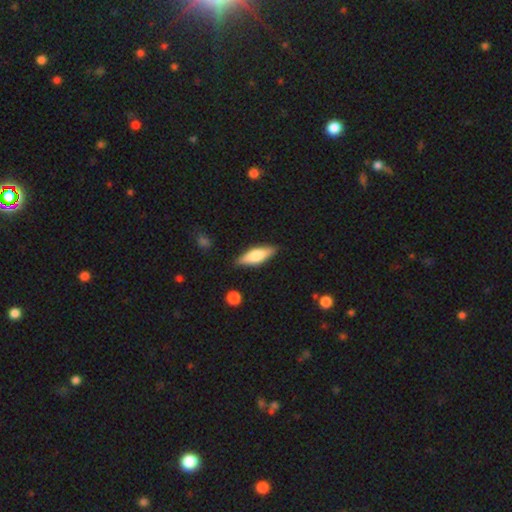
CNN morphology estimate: smooth_or_featured: smooth (p=0.59) [alt: featured or disk p=0.35]
how_rounded: in between (p=0.56) [alt: cigar-shaped p=0.42]
merging: none (p=0.85) [alt: minor disturbance p=0.11]